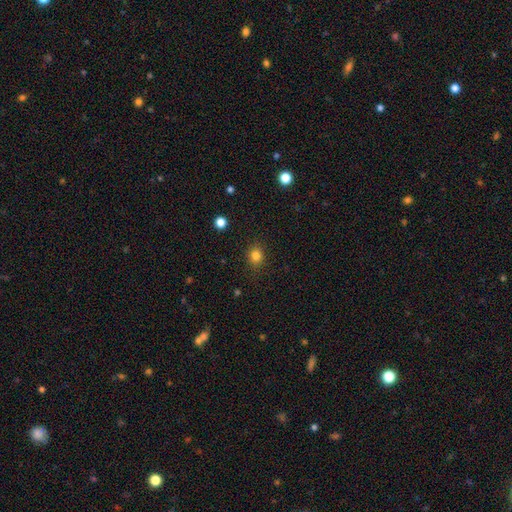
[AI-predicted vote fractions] The model was most divided on "how rounded": round: 74%, in between: 25%, cigar-shaped: 1%. More confident: merging — none (87%); smooth or featured — smooth (82%).